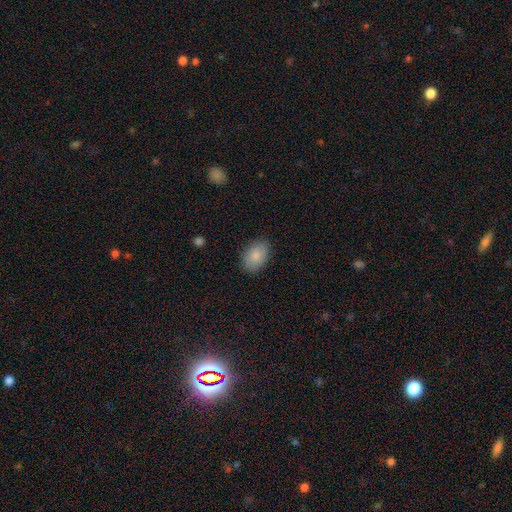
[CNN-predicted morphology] type=smooth (87%); roundness=in between (86%); merging=none (85%).